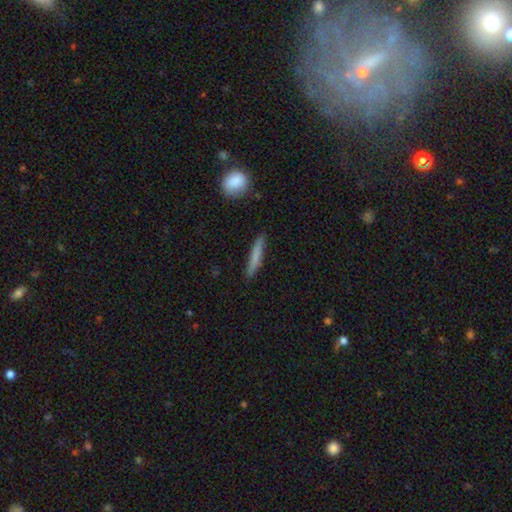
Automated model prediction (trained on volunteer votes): smooth_or_featured: smooth (p=0.74) [alt: featured or disk p=0.20]
how_rounded: cigar-shaped (p=0.93) [alt: in between p=0.05]
merging: none (p=0.87) [alt: minor disturbance p=0.09]